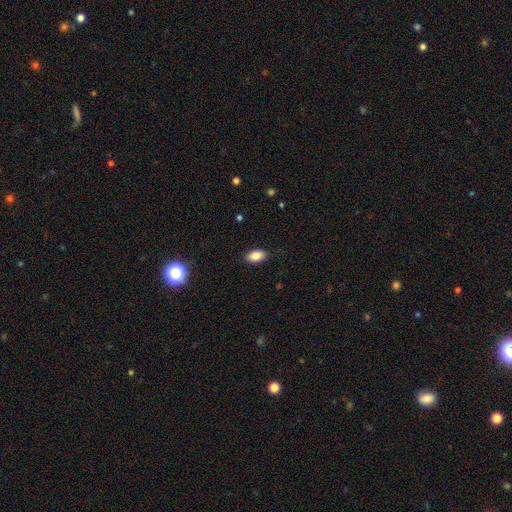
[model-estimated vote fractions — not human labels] Smooth or featured? smooth (86%)
How rounded? in between (92%)
Merging? none (88%)